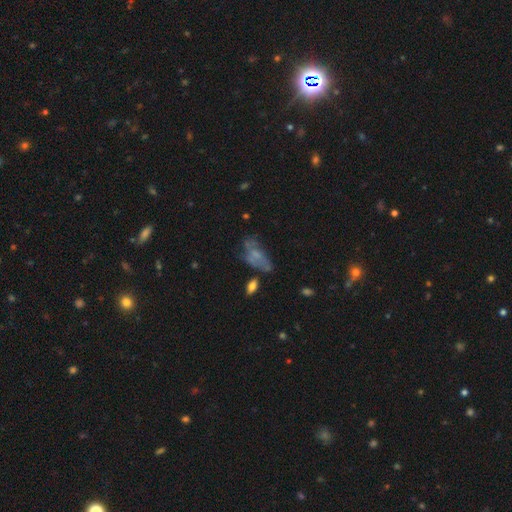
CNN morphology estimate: Overall: smooth (47%; featured or disk 39%). Merging: none (36%; minor disturbance 26%).